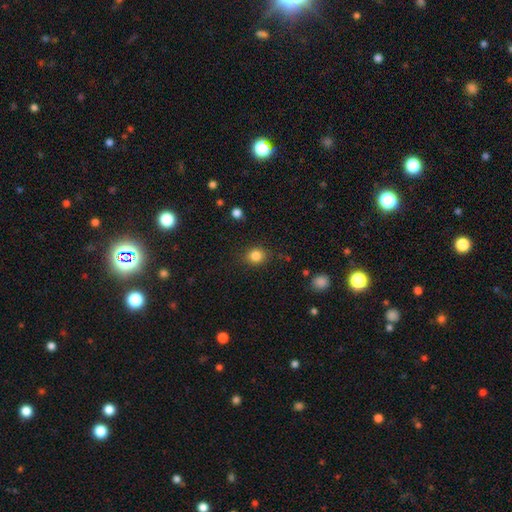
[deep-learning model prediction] Smooth or featured: smooth — 84% (star or artifact — 11%)
How rounded: round — 76% (in between — 23%)
Merging: none — 84% (minor disturbance — 11%)